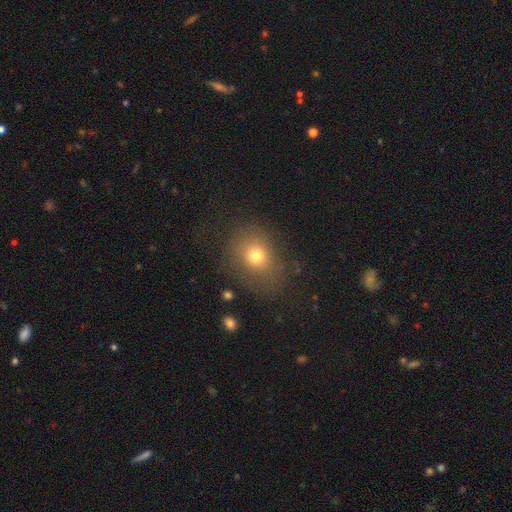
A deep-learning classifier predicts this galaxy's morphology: type=smooth (71%); roundness=round (54%); merging=none (71%).